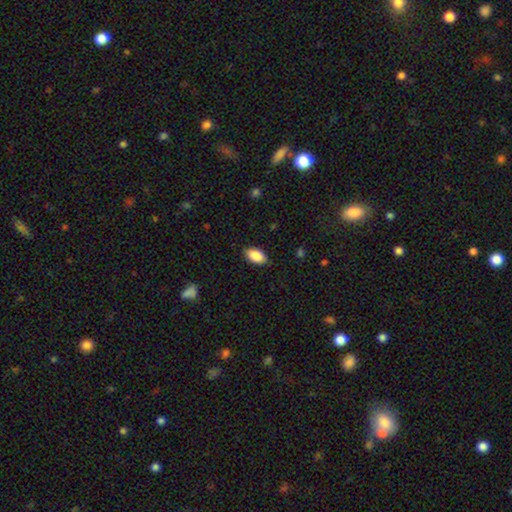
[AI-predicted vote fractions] Smooth or featured: smooth — 88% (star or artifact — 7%)
How rounded: in between — 93% (round — 4%)
Merging: none — 84% (minor disturbance — 12%)